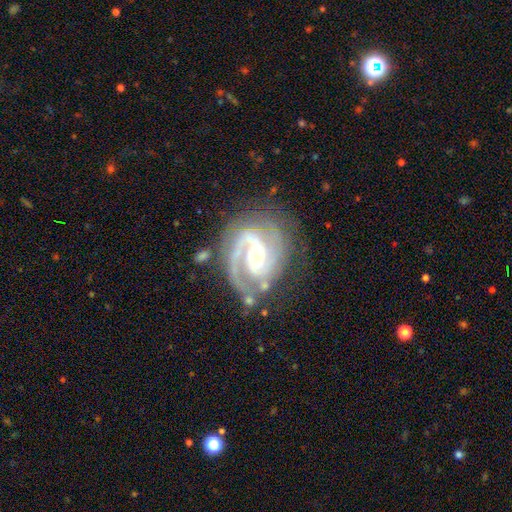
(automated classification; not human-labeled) Overall: featured or disk (91%). Edge-on disk: no (98%). Bar: no (46%; weak 37%). Spiral arms: yes (98%). Spiral arm count: 2 (58%). Spiral winding: tight (52%; medium 40%). Bulge size: small (70%). Merging: none (66%).